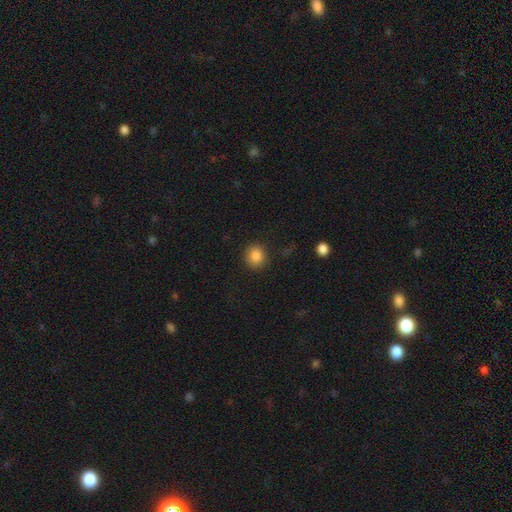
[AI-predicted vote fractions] smooth 85%, star or artifact 10%, featured or disk 5%. Down the decision tree: how rounded — round (82%); merging — none (88%).